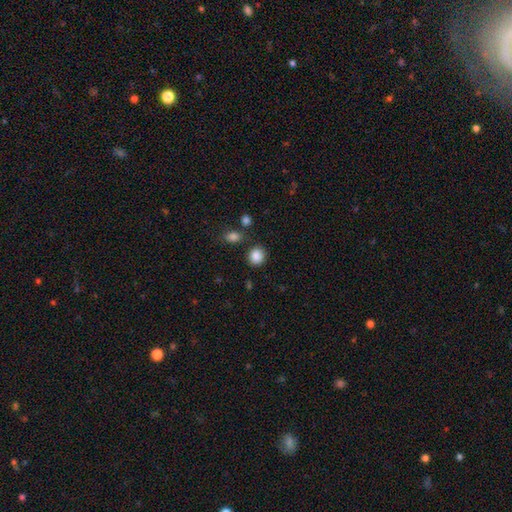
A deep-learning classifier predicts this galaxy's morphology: This is clearly a smooth galaxy (88%). How rounded: clearly round (80%). Merging: clearly none (82%).